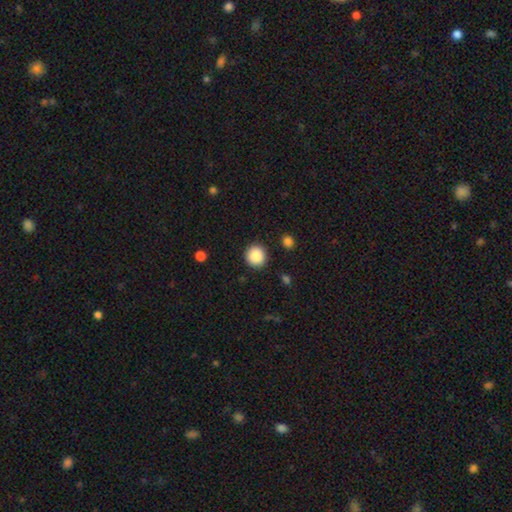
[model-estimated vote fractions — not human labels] Smooth or featured?
  - smooth: 88% *
  - star or artifact: 9%
  - featured or disk: 4%
How rounded?
  - round: 93% *
  - in between: 7%
  - cigar-shaped: 1%
Merging?
  - none: 90% *
  - minor disturbance: 6%
  - major disturbance: 2%
  - merger: 2%